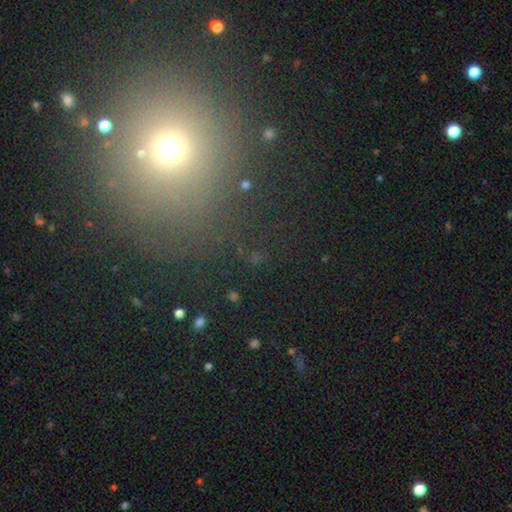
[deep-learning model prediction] A star or artifact, not a galaxy (52%).

Vote fractions:
- Smooth or featured? star or artifact: 52% / smooth: 33% / featured or disk: 14%